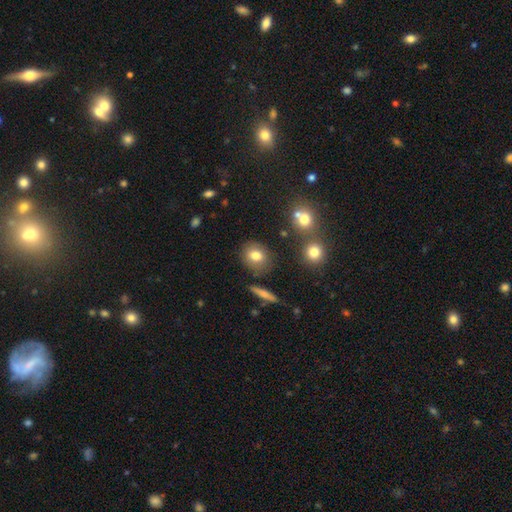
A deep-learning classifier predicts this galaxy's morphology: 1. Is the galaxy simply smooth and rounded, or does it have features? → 77% smooth, 12% featured or disk, 11% star or artifact.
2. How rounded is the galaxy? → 65% round, 33% in between, 2% cigar-shaped.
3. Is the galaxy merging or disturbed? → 81% none, 11% minor disturbance, 5% merger, 3% major disturbance.